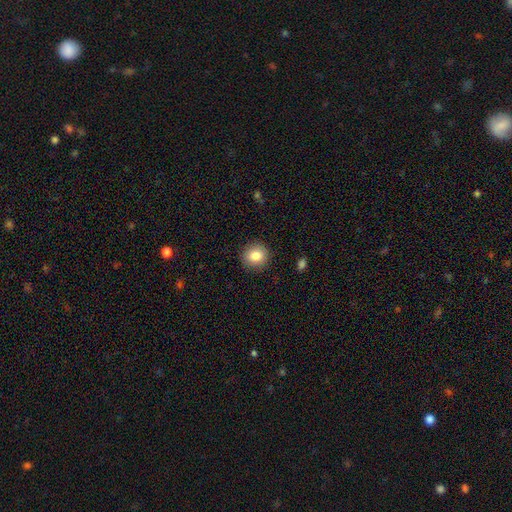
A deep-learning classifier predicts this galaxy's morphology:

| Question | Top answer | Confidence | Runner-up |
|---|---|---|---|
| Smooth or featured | smooth | 84% | star or artifact (9%) |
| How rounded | round | 90% | in between (9%) |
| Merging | none | 90% | minor disturbance (7%) |